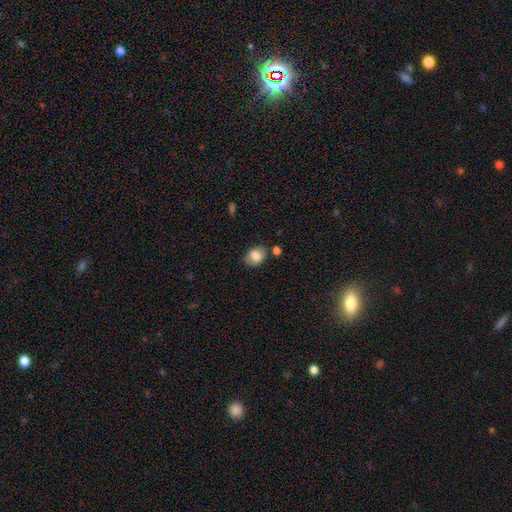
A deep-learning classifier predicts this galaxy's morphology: The model was most divided on "how rounded": in between: 70%, round: 29%, cigar-shaped: 1%. More confident: smooth or featured — smooth (81%); merging — none (74%).